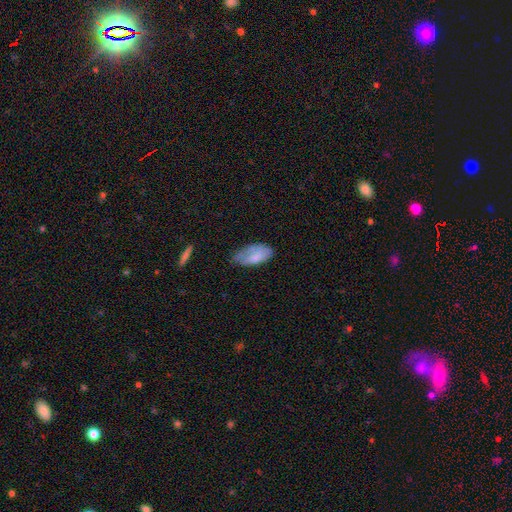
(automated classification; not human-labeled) Q: Smooth or featured?
A: smooth (70%); runner-up: featured or disk (23%)
Q: How rounded?
A: in between (92%); runner-up: cigar-shaped (5%)
Q: Merging?
A: none (45%); runner-up: minor disturbance (37%)